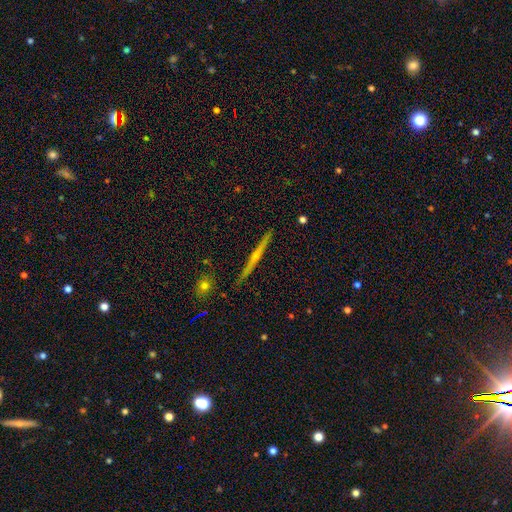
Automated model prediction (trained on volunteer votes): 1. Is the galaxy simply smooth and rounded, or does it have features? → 74% featured or disk, 20% smooth, 7% star or artifact.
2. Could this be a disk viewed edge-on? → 98% yes, 2% no.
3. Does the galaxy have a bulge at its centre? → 63% rounded, 32% none, 5% boxy.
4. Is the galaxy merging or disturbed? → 91% none, 6% minor disturbance, 1% merger, 1% major disturbance.